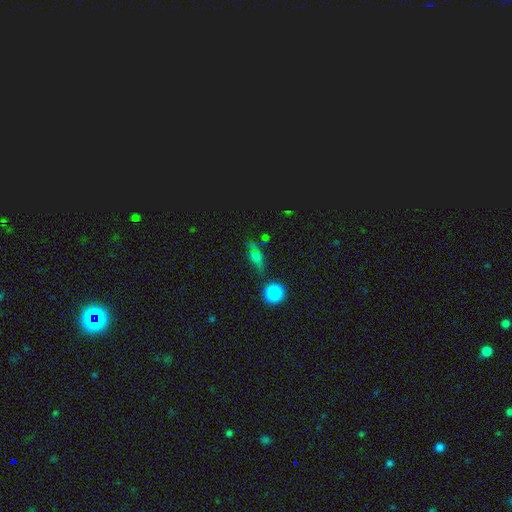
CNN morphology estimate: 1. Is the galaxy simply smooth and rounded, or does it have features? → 51% smooth, 31% star or artifact, 18% featured or disk.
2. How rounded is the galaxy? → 48% in between, 27% cigar-shaped, 26% round.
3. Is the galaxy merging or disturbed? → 66% none, 17% minor disturbance, 8% merger, 8% major disturbance.